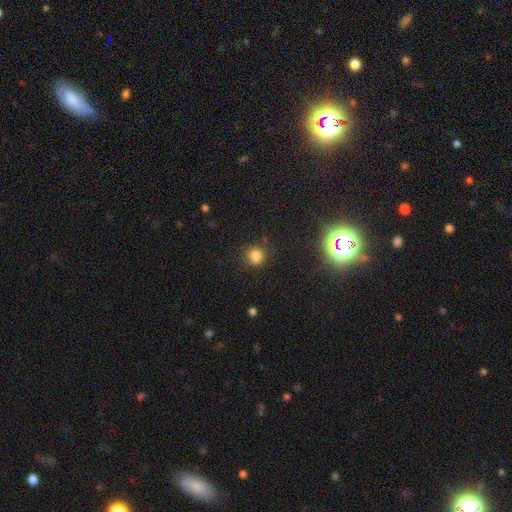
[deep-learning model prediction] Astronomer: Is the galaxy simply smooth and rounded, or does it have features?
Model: smooth — 76%.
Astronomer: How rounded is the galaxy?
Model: round — 74%.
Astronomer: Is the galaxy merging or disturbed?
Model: none — 68%.